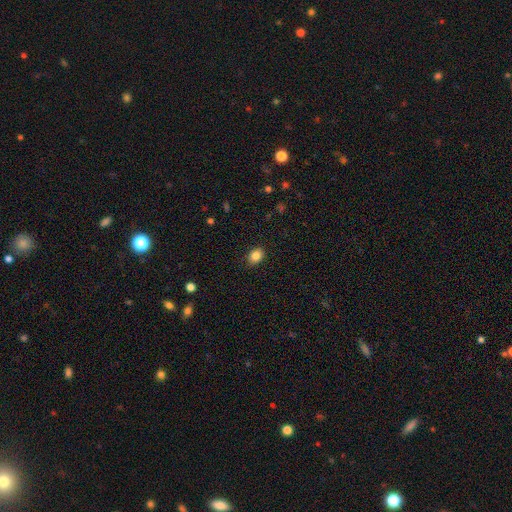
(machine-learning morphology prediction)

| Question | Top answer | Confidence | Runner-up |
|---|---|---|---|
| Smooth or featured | smooth | 86% | star or artifact (9%) |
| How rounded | in between | 64% | round (35%) |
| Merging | none | 89% | minor disturbance (8%) |